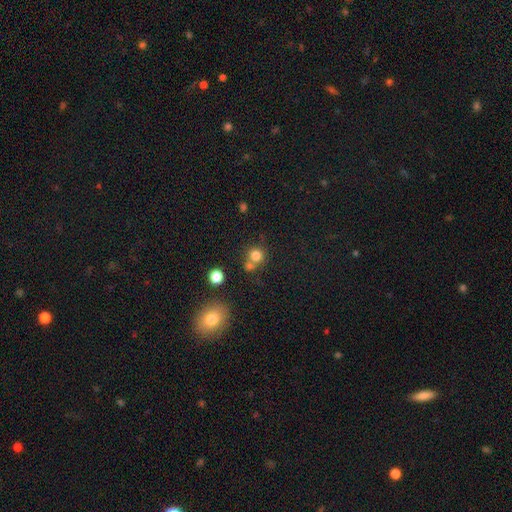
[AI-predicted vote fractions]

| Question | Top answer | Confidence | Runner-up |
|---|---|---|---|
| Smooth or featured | smooth | 78% | star or artifact (14%) |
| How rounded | round | 89% | in between (10%) |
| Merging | none | 57% | merger (31%) |